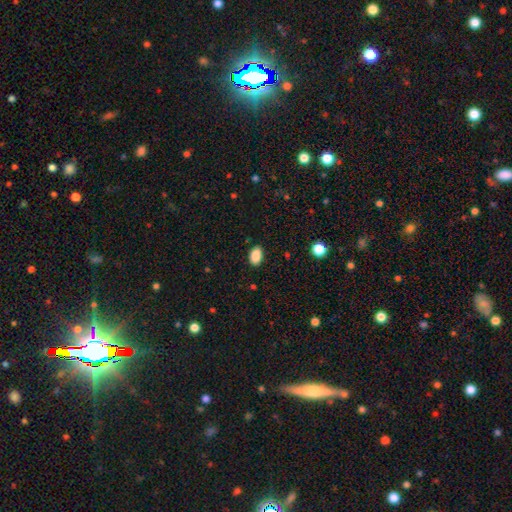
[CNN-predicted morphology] Overall: smooth (88%). How rounded: in between (89%). Merging: none (88%).